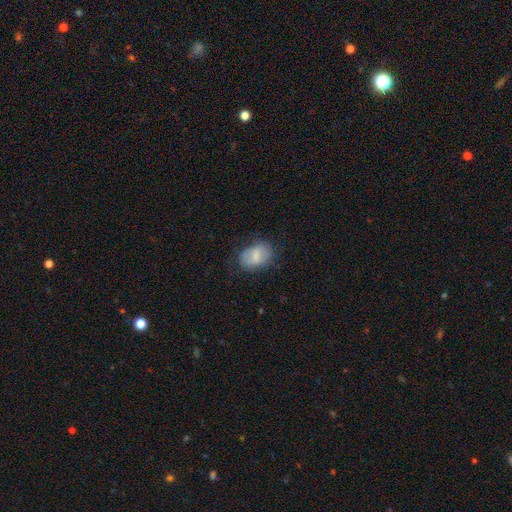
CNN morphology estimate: Overall: smooth (75%). How rounded: in between (82%). Merging: none (68%).